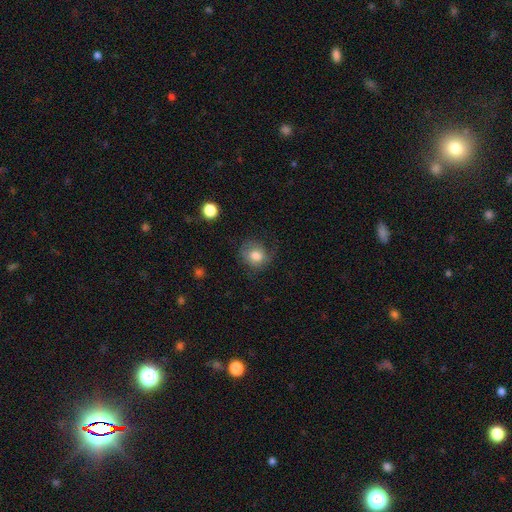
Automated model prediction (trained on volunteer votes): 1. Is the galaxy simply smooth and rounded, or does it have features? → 76% smooth, 15% featured or disk, 9% star or artifact.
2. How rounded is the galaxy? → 77% round, 22% in between, 1% cigar-shaped.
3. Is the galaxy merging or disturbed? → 60% none, 25% minor disturbance, 14% major disturbance, 1% merger.